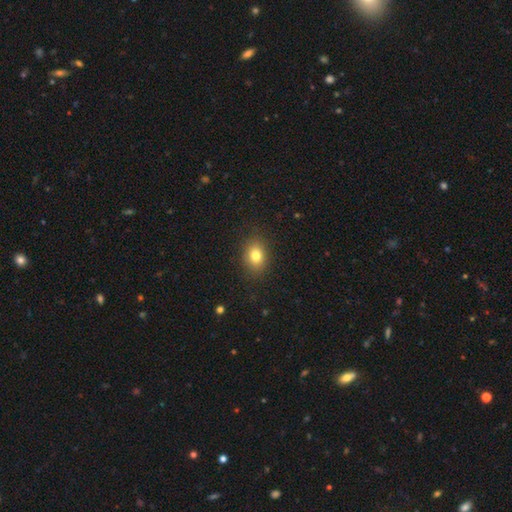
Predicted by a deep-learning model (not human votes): Smooth or featured? smooth (80%)
How rounded? in between (63%)
Merging? none (87%)